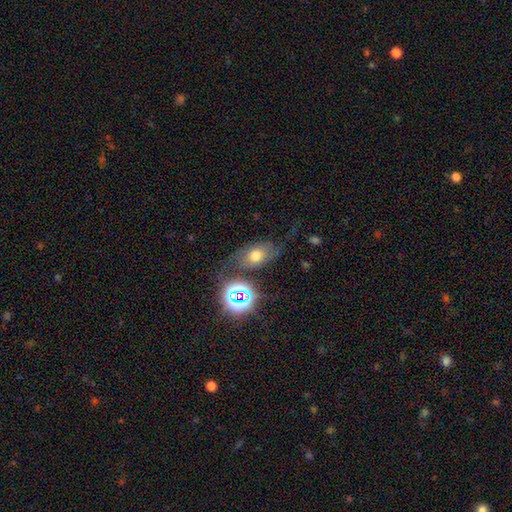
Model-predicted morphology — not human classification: Smooth or featured: smooth — 48% (featured or disk — 32%)
Merging: none — 53% (minor disturbance — 22%)